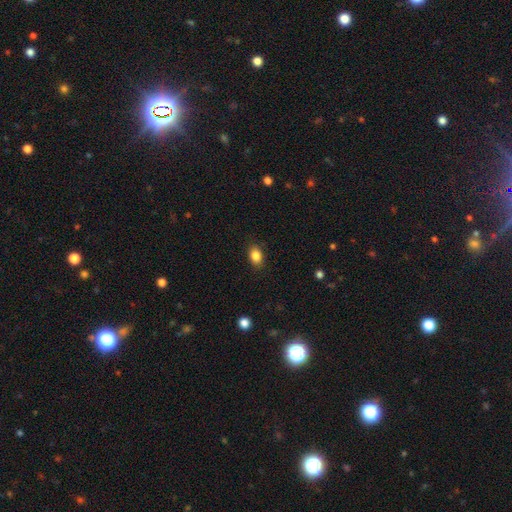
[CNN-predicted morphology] A smooth galaxy with no disk features (86%) that is in between round and cigar-shaped (79%). Merging: none (88%).